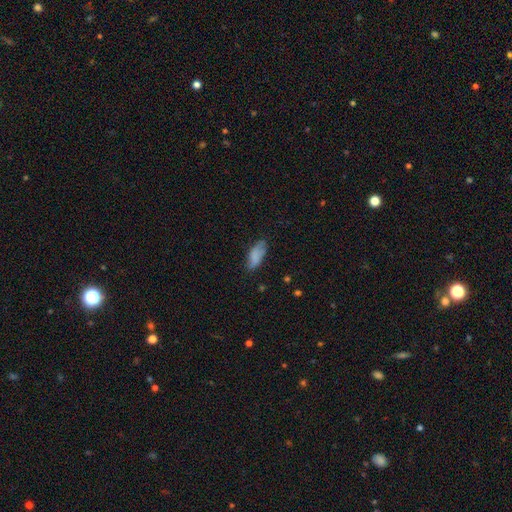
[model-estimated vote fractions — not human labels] smooth_or_featured: smooth (p=0.76) [alt: featured or disk p=0.16]
how_rounded: in between (p=0.83) [alt: cigar-shaped p=0.15]
merging: none (p=0.64) [alt: minor disturbance p=0.26]